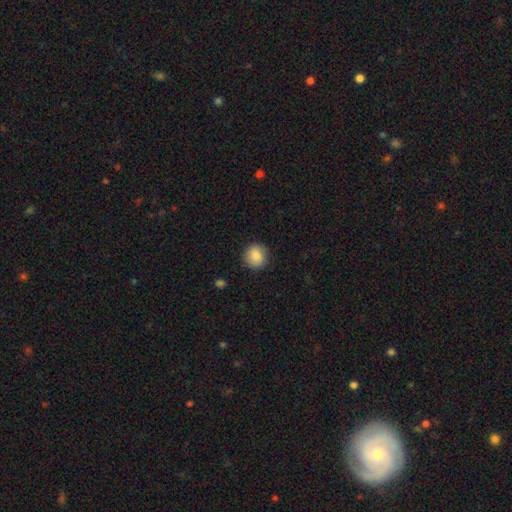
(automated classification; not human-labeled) smooth 86%, star or artifact 8%, featured or disk 5%. Down the decision tree: how rounded — round (91%); merging — none (87%).